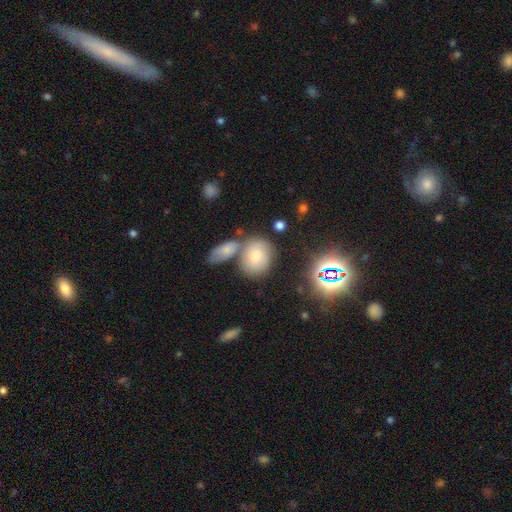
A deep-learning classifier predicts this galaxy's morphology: Smooth or featured?
  - smooth: 63% *
  - featured or disk: 24%
  - star or artifact: 13%
How rounded?
  - round: 50% *
  - in between: 48%
  - cigar-shaped: 2%
Merging?
  - none: 51% *
  - merger: 28%
  - minor disturbance: 15%
  - major disturbance: 6%